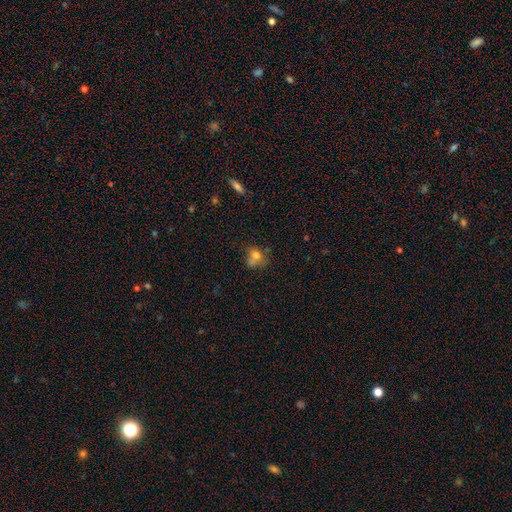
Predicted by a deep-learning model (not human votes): smooth_or_featured: smooth (p=0.70) [alt: featured or disk p=0.17]
how_rounded: round (p=0.60) [alt: in between p=0.38]
merging: none (p=0.39) [alt: merger p=0.27]